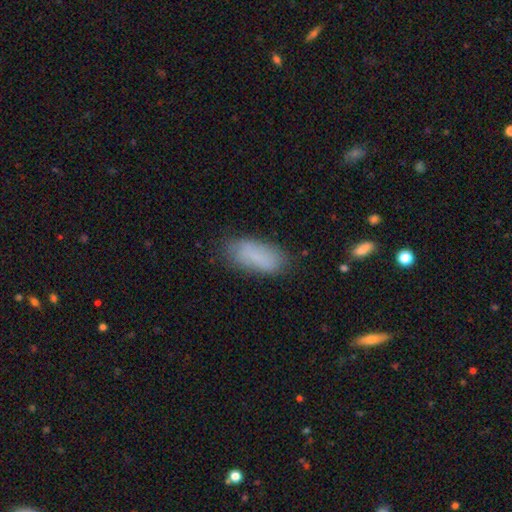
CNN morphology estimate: Q: Smooth or featured?
A: smooth (80%); runner-up: featured or disk (12%)
Q: How rounded?
A: in between (82%); runner-up: cigar-shaped (16%)
Q: Merging?
A: none (75%); runner-up: minor disturbance (19%)